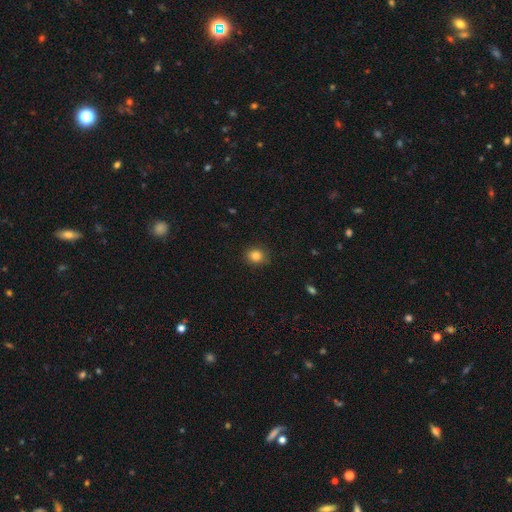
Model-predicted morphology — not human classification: Smooth or featured?
  - smooth: 83% *
  - star or artifact: 11%
  - featured or disk: 5%
How rounded?
  - round: 81% *
  - in between: 18%
  - cigar-shaped: 1%
Merging?
  - none: 88% *
  - minor disturbance: 9%
  - major disturbance: 2%
  - merger: 1%